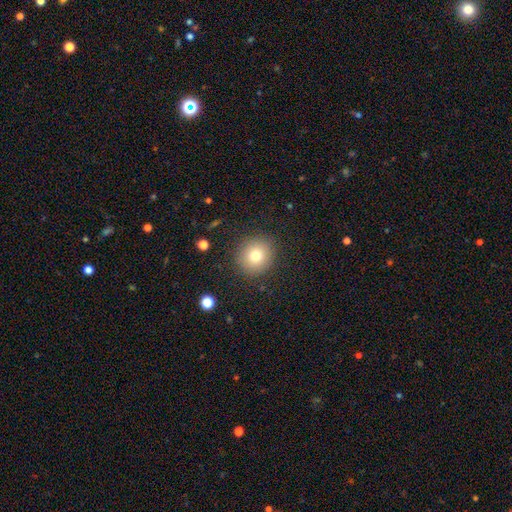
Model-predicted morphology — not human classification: A smooth galaxy with no disk features (77%) that is round (88%). Merging: none (88%).